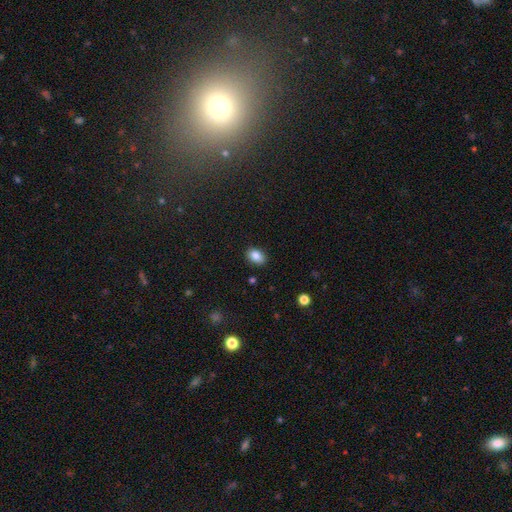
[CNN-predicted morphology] Smooth or featured?
  - smooth: 86% *
  - star or artifact: 9%
  - featured or disk: 5%
How rounded?
  - in between: 82% *
  - round: 17%
  - cigar-shaped: 1%
Merging?
  - none: 87% *
  - minor disturbance: 9%
  - major disturbance: 2%
  - merger: 1%